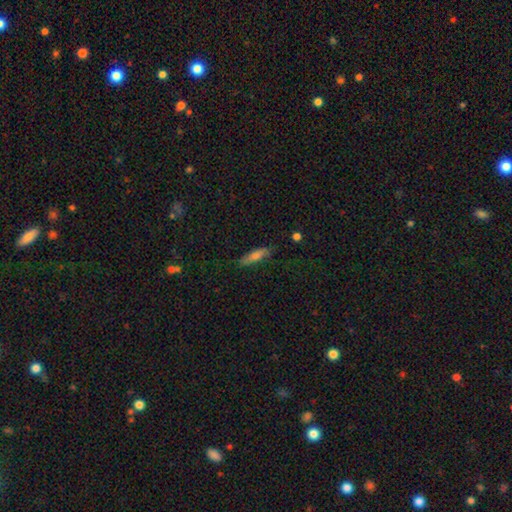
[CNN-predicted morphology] Smooth or featured: smooth — 67% (featured or disk — 24%)
How rounded: cigar-shaped — 78% (in between — 20%)
Merging: none — 80% (minor disturbance — 15%)